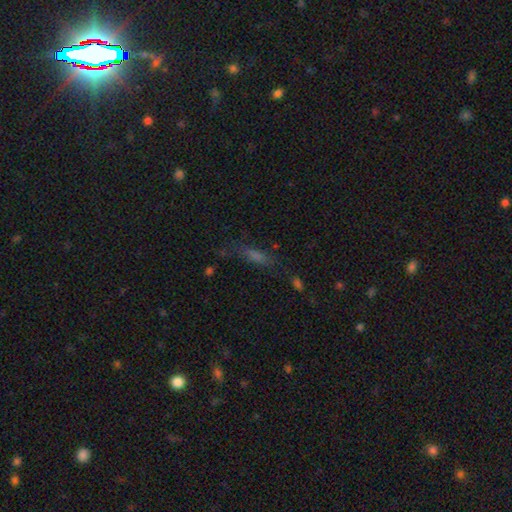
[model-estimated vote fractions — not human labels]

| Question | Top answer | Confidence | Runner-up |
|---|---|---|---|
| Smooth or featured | smooth | 52% | star or artifact (26%) |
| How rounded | cigar-shaped | 67% | in between (29%) |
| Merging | none | 69% | minor disturbance (17%) |